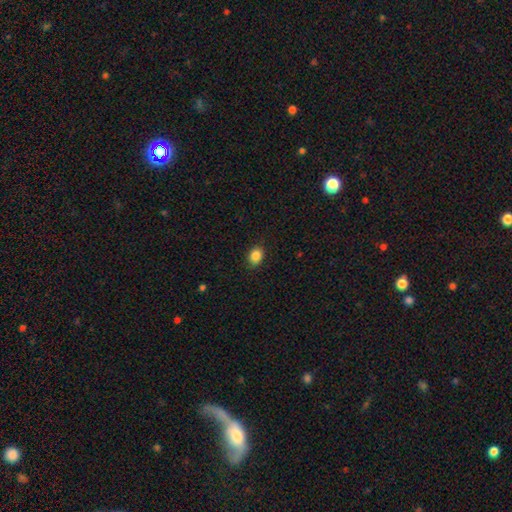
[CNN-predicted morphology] Smooth or featured: smooth — 87% (star or artifact — 9%)
How rounded: in between — 64% (round — 35%)
Merging: none — 88% (minor disturbance — 9%)